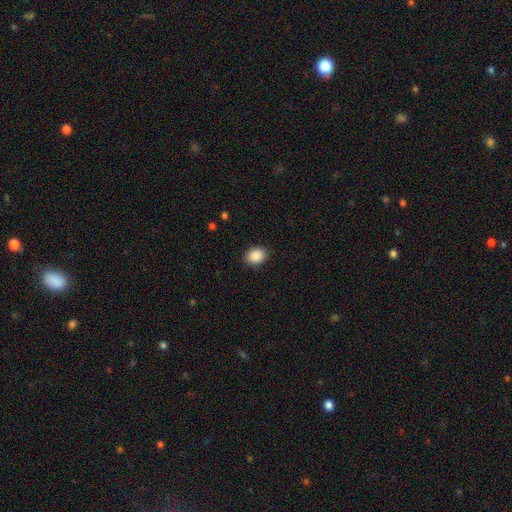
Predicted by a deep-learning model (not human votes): Morphology: type=smooth (89%); roundness=in between (51%); merging=none (88%).